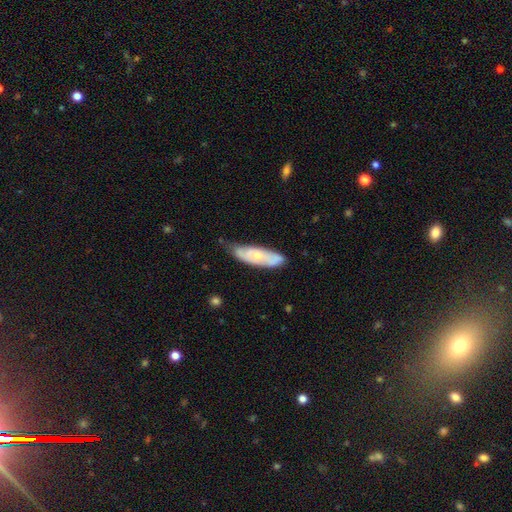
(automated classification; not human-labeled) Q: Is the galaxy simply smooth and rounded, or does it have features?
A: featured or disk — 51%.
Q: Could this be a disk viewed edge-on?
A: no — 78%.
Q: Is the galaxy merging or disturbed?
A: none — 53%.